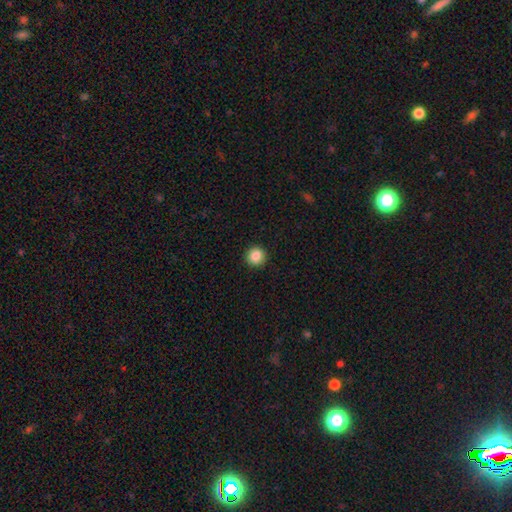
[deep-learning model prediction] Smooth or featured: smooth — 86% (star or artifact — 10%)
How rounded: round — 93% (in between — 6%)
Merging: none — 92% (minor disturbance — 5%)